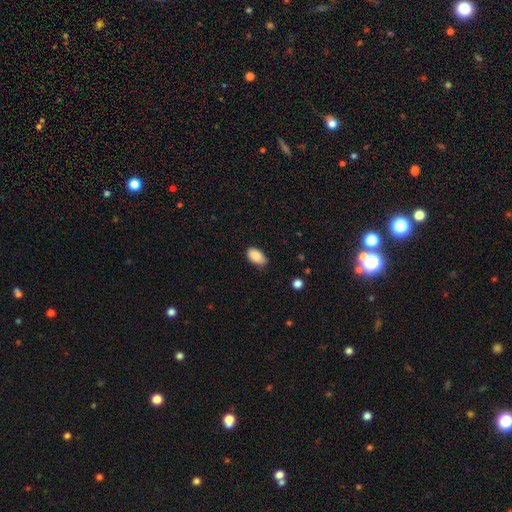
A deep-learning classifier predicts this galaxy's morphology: Q: Smooth or featured?
A: smooth (88%); runner-up: star or artifact (7%)
Q: How rounded?
A: in between (93%); runner-up: round (5%)
Q: Merging?
A: none (76%); runner-up: minor disturbance (20%)